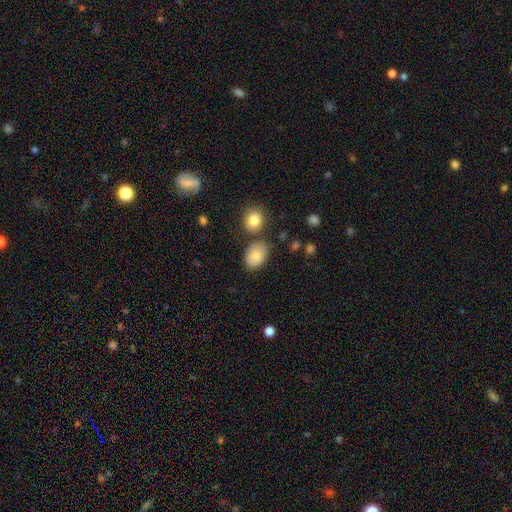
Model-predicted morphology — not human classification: type=smooth (79%); roundness=in between (80%); merging=none (72%).